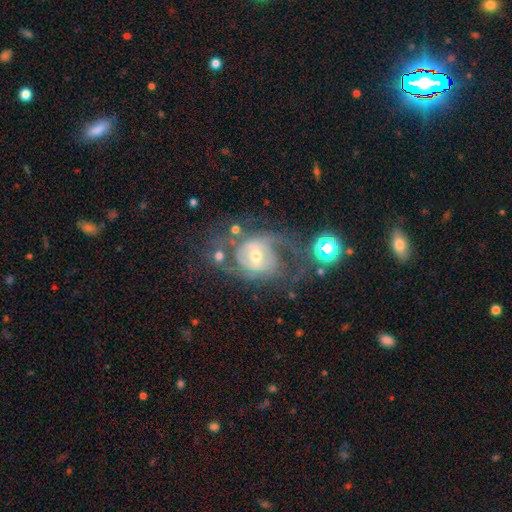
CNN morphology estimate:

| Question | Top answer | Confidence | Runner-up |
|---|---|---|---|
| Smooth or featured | featured or disk | 80% | smooth (12%) |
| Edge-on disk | no | 97% | yes (3%) |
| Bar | no | 52% | weak (36%) |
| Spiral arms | yes | 87% | no (13%) |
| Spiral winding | medium | 42% | tight (41%) |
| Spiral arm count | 2 | 47% | can't tell (27%) |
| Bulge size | moderate | 53% | small (41%) |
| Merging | none | 45% | major disturbance (29%) |